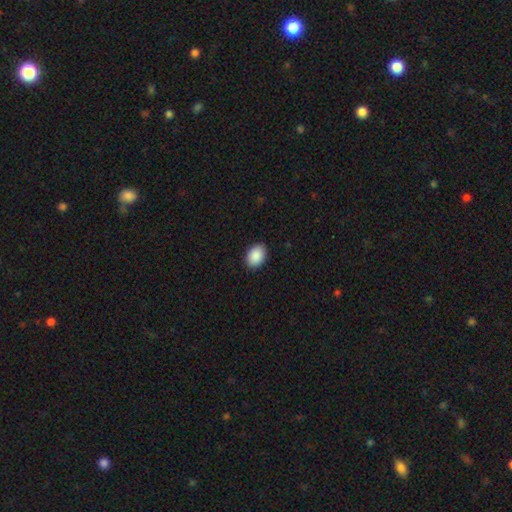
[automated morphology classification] Smooth or featured? smooth (91%)
How rounded? in between (81%)
Merging? none (90%)